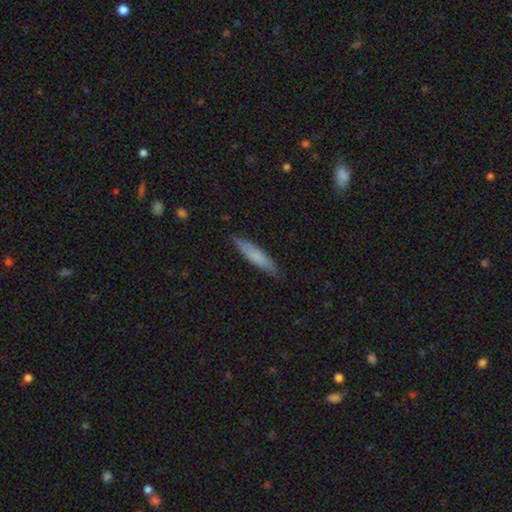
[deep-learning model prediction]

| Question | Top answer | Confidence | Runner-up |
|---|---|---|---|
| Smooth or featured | smooth | 74% | featured or disk (20%) |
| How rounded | cigar-shaped | 86% | in between (12%) |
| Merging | none | 86% | minor disturbance (11%) |